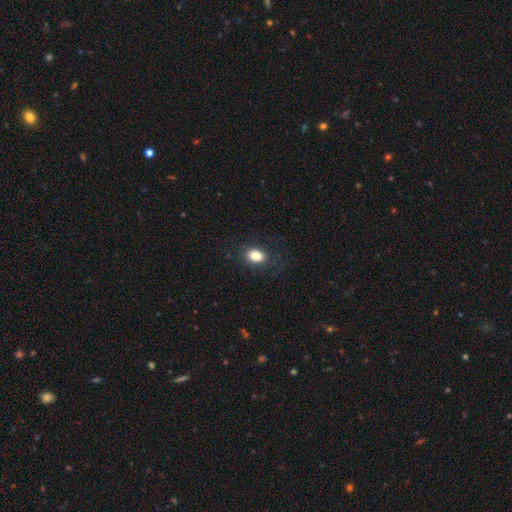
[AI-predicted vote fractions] smooth 84%, star or artifact 9%, featured or disk 7%. Down the decision tree: how rounded — in between (78%); merging — none (84%).